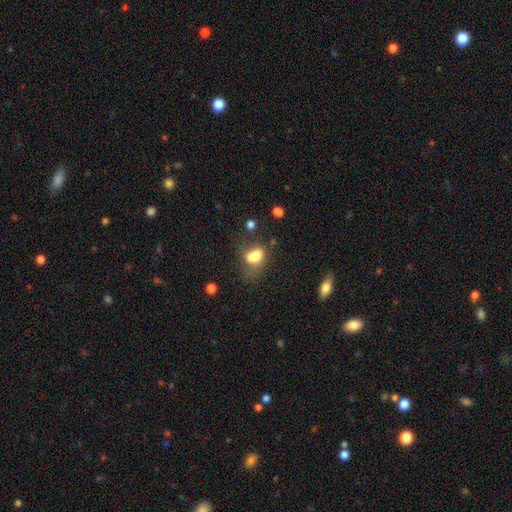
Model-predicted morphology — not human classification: Smooth or featured? Predicted: smooth (p=0.69). How rounded? Predicted: in between (p=0.76). Merging? Predicted: merger (p=0.36).